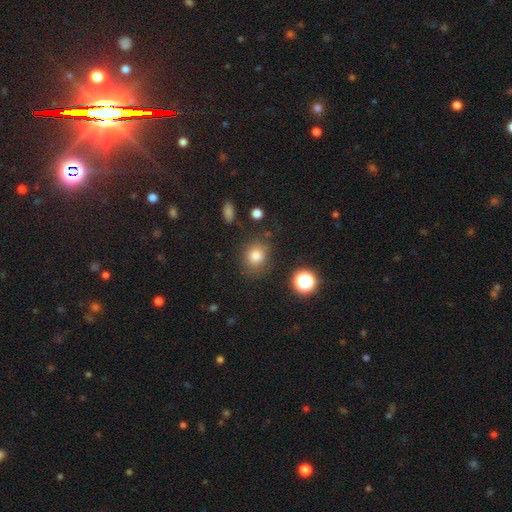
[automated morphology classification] Q: Smooth or featured?
A: smooth (81%); runner-up: star or artifact (12%)
Q: How rounded?
A: round (75%); runner-up: in between (23%)
Q: Merging?
A: none (77%); runner-up: minor disturbance (15%)